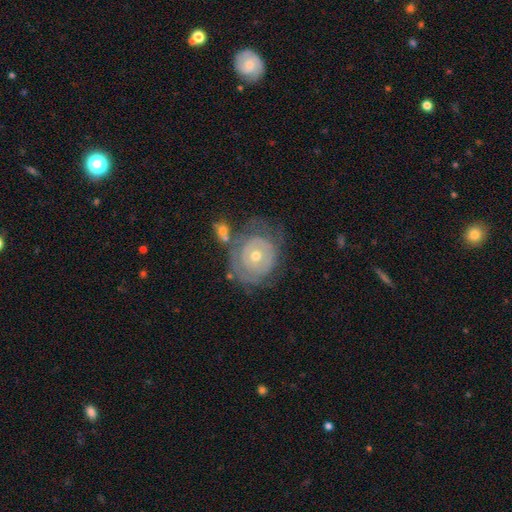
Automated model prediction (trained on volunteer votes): A featured or disk galaxy (70%) with no bar (85%), spiral arms (65%) and a moderate central bulge (56%). Merging: none (54%).